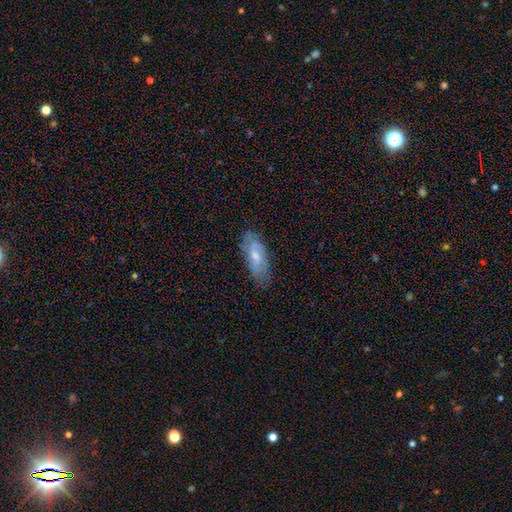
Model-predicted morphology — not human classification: Q: Smooth or featured?
A: featured or disk (53%); runner-up: smooth (40%)
Q: Edge-on disk?
A: no (85%); runner-up: yes (15%)
Q: Merging?
A: none (68%); runner-up: minor disturbance (23%)